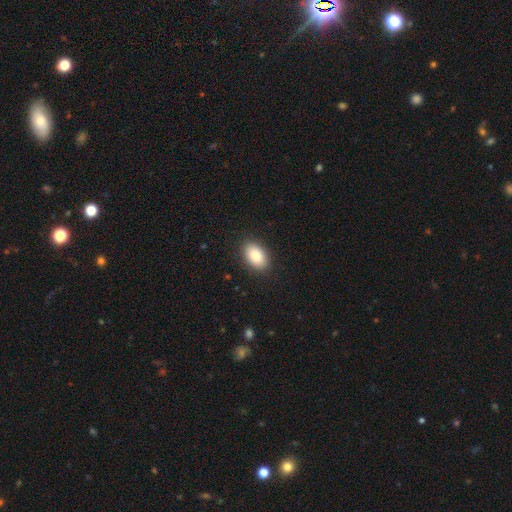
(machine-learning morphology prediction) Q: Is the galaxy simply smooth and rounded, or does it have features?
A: smooth — 88%.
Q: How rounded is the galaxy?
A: in between — 91%.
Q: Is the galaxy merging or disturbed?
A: none — 89%.